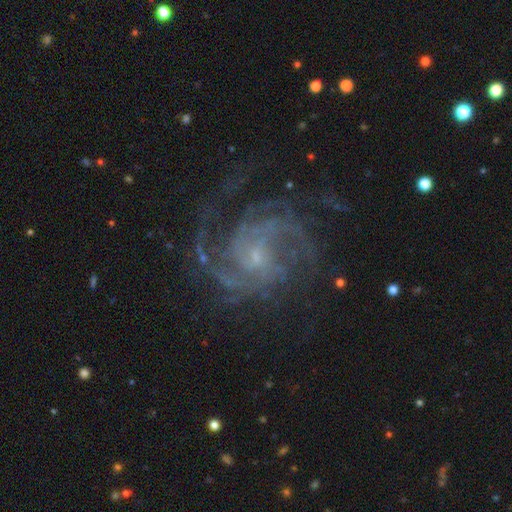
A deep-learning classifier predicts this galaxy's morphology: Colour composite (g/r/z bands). It shows a featured or disk galaxy (90%) with no bar (62%), 2 (33%) medium (47%) spiral arms (98%) and a small central bulge (77%). Merging: none (72%).